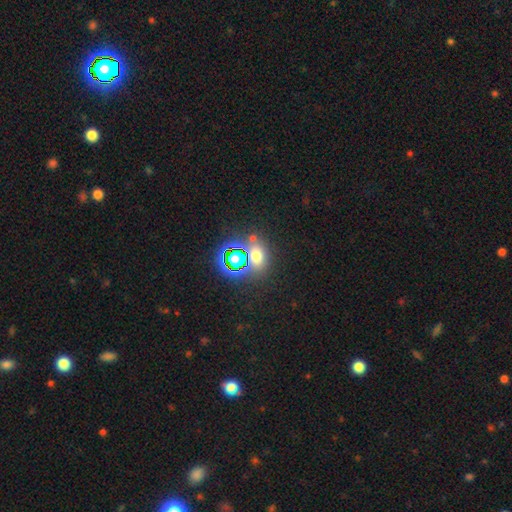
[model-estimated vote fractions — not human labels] Smooth or featured? Predicted: smooth (p=0.52). How rounded? Predicted: in between (p=0.51). Merging? Predicted: none (p=0.70).